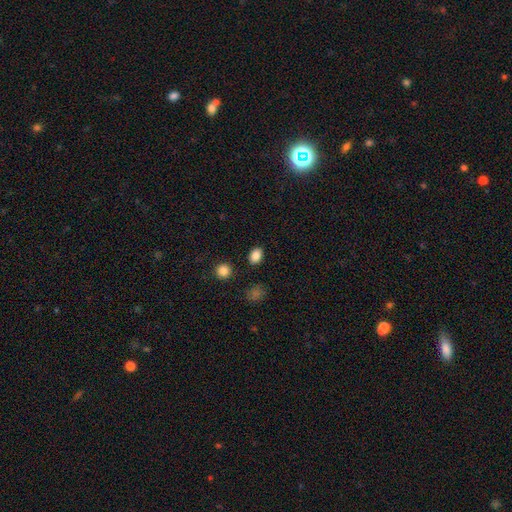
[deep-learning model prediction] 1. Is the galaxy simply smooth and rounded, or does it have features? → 86% smooth, 10% star or artifact, 4% featured or disk.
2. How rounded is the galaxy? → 69% in between, 30% round, 1% cigar-shaped.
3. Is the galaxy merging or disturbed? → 88% none, 8% minor disturbance, 2% major disturbance, 2% merger.